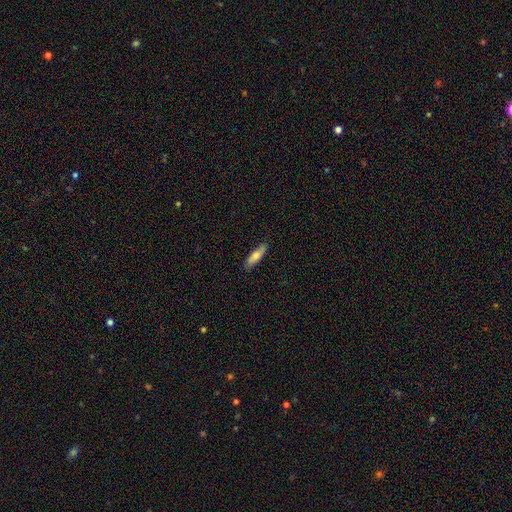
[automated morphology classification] Smooth or featured? smooth (69%)
How rounded? cigar-shaped (62%)
Merging? none (87%)